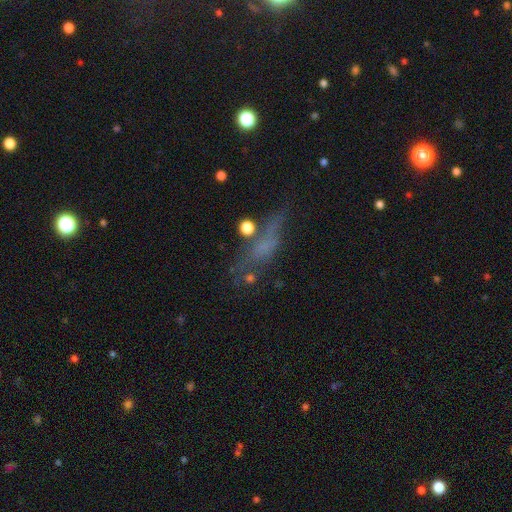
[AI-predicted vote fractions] Morphology: type=featured or disk (41%); merging=none (51%).